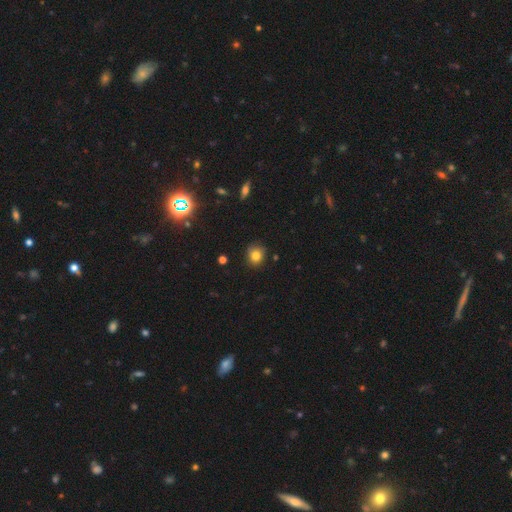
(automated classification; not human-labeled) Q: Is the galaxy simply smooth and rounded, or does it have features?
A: smooth — 80%.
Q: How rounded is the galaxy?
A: round — 81%.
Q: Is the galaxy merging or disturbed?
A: none — 82%.